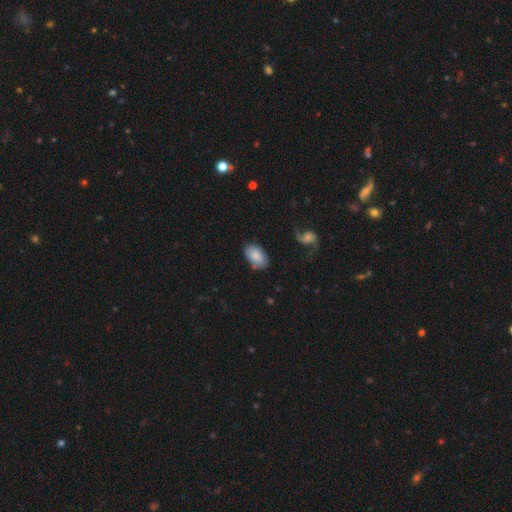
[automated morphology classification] Overall: smooth (81%). How rounded: in between (93%). Merging: none (76%).